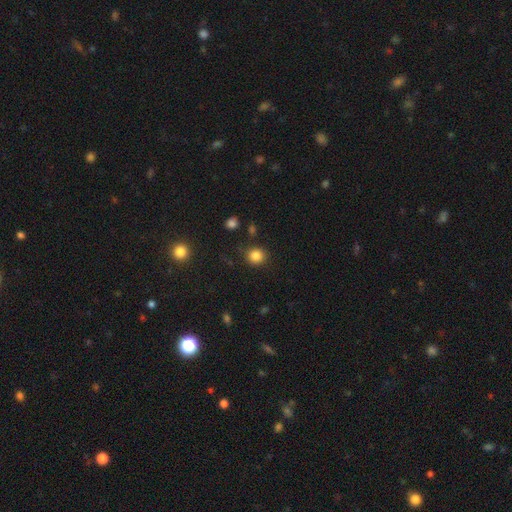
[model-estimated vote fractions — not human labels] The model was most divided on "smooth or featured": smooth: 85%, star or artifact: 11%, featured or disk: 4%. More confident: merging — none (87%); how rounded — round (87%).